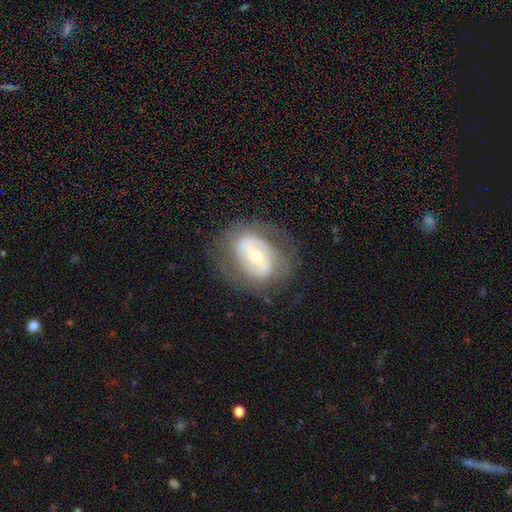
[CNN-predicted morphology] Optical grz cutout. It shows a featured or disk galaxy (72%) with a weak bar (36%), spiral arms (60%) and a moderate central bulge (52%). Merging: none (71%).